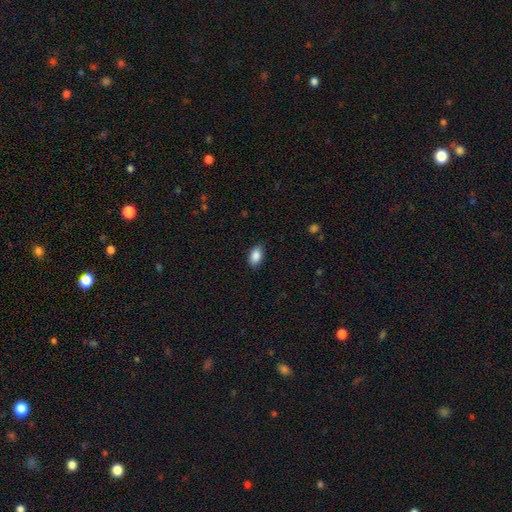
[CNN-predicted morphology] A smooth galaxy with no disk features (89%) that is in between round and cigar-shaped (92%). Merging: none (85%).